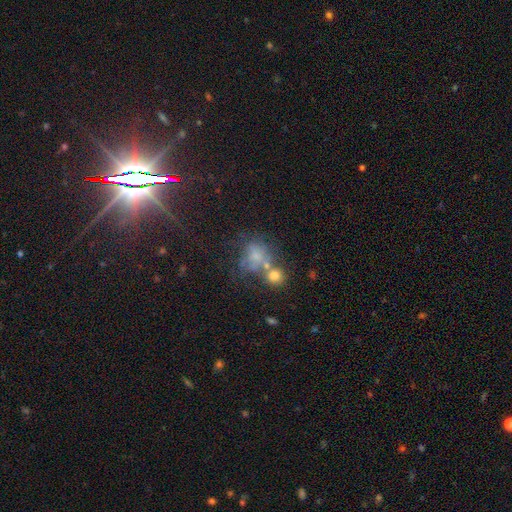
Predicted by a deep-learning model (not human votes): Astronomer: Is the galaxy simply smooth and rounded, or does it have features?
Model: smooth — 58%.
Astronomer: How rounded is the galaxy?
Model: round — 58% (runner-up: in between, 41%).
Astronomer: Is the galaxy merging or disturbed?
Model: merger — 32% (runner-up: none, 30%).